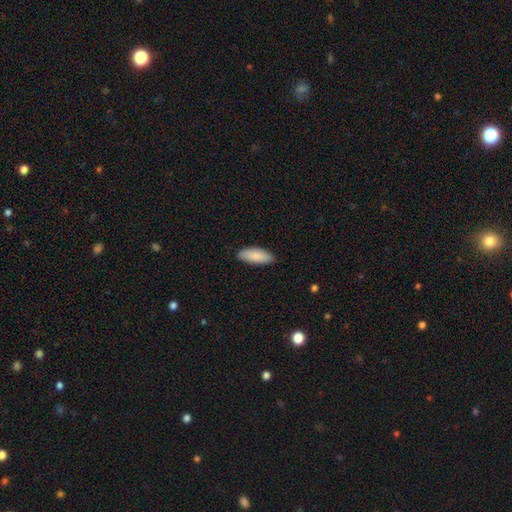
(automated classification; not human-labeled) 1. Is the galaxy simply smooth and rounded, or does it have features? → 87% smooth, 8% featured or disk, 5% star or artifact.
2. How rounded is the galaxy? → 76% in between, 23% cigar-shaped, 2% round.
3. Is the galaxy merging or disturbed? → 85% none, 12% minor disturbance, 2% major disturbance, 1% merger.